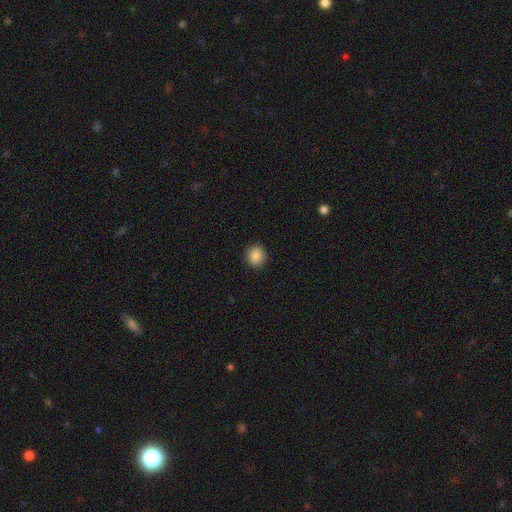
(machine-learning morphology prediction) type=smooth (87%); roundness=round (84%); merging=none (90%).